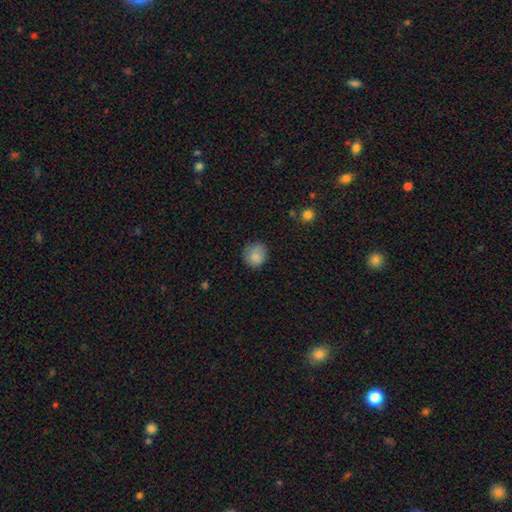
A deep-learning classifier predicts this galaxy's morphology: This appears to be a smooth galaxy with no disk features (85%) that is round (81%). Merging: none (73%).